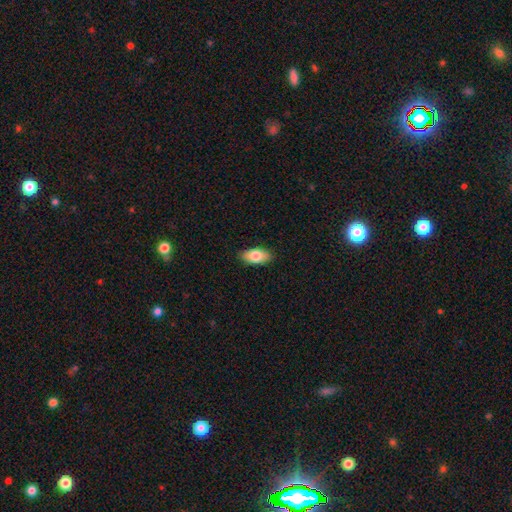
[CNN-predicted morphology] smooth_or_featured: smooth (p=0.79) [alt: featured or disk p=0.15]
how_rounded: in between (p=0.91) [alt: cigar-shaped p=0.06]
merging: none (p=0.88) [alt: minor disturbance p=0.09]